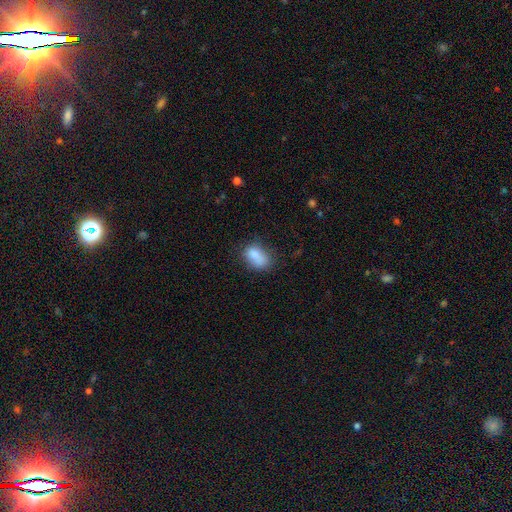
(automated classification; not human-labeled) This appears to be a smooth galaxy with no disk features (79%) that is in between round and cigar-shaped (83%). Merging: none (48%).